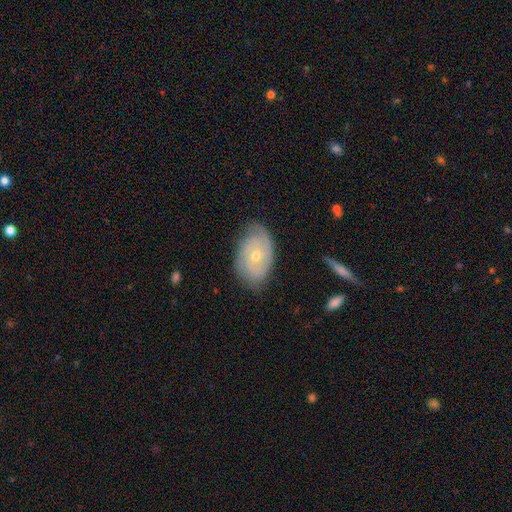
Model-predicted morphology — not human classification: This is likely a featured or disk galaxy (72%). It is clearly not viewed edge-on (95%). Bar: likely no (77%). Spiral arm pattern: clearly yes (87%). Spiral arm count: marginally 2 (37%). Spiral winding: likely tight (65%). Central bulge: possibly small (55%). Merging: likely none (73%).